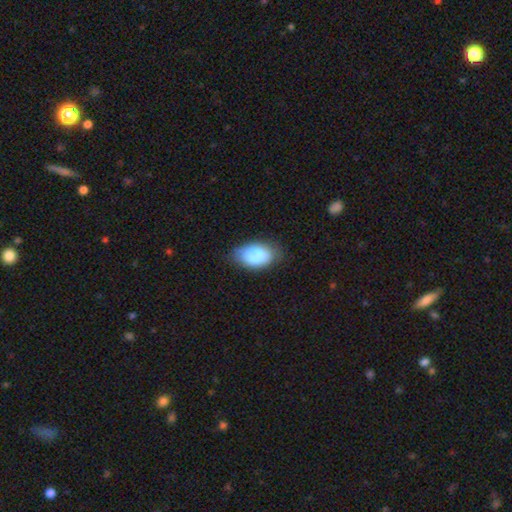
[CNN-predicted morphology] Overall: smooth (79%). How rounded: in between (91%). Merging: none (79%).